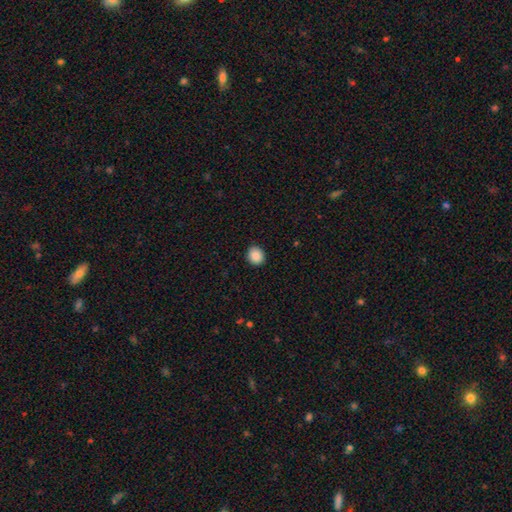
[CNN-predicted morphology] The model was most divided on "how rounded": round: 83%, in between: 16%, cigar-shaped: 1%. More confident: merging — none (91%); smooth or featured — smooth (88%).